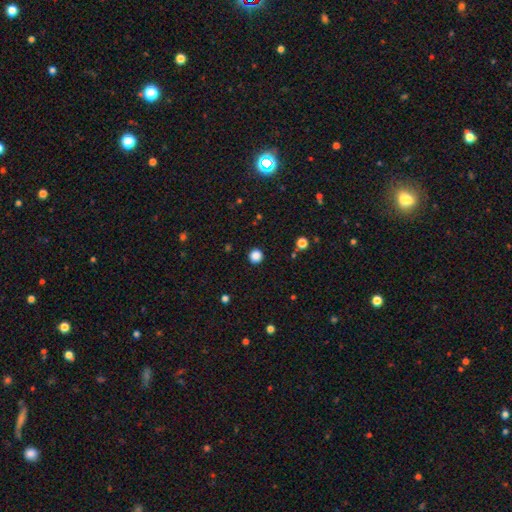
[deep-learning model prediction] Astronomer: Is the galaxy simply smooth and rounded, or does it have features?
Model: smooth — 86%.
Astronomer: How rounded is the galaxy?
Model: round — 95%.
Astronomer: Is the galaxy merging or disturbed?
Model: none — 93%.